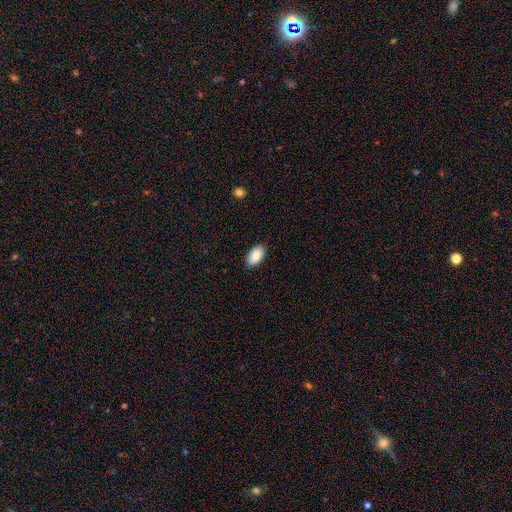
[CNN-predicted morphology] Smooth or featured? smooth (86%)
How rounded? in between (94%)
Merging? none (89%)